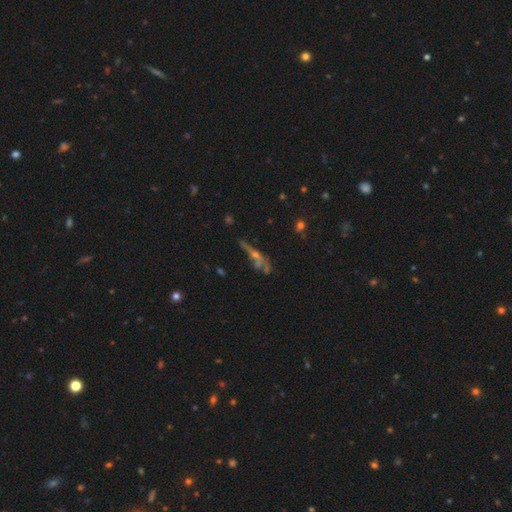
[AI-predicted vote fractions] A featured or disk galaxy (56%) viewed edge-on (68%). Merging: none (51%).